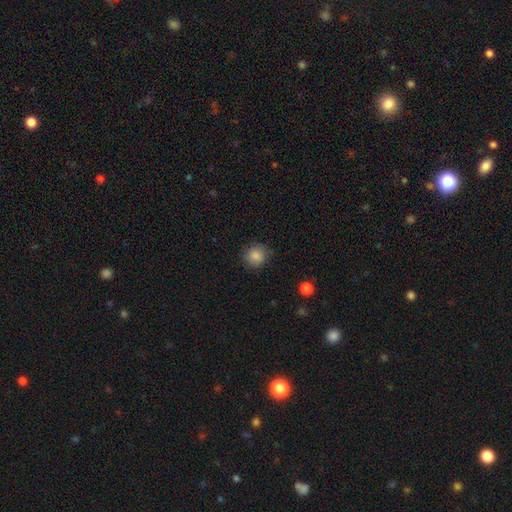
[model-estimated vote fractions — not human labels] The model was most divided on "merging": none: 83%, minor disturbance: 13%, major disturbance: 3%, merger: 1%. More confident: how rounded — round (87%); smooth or featured — smooth (85%).